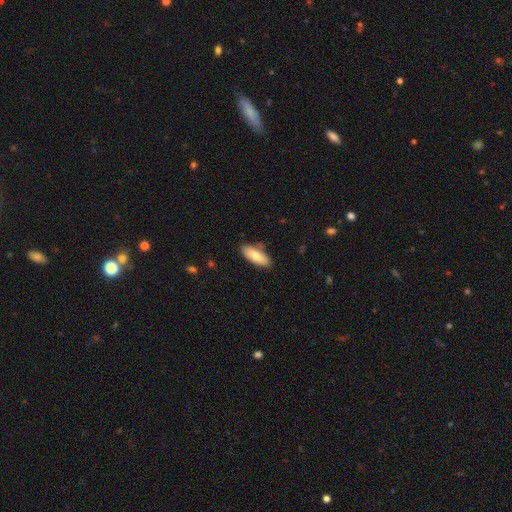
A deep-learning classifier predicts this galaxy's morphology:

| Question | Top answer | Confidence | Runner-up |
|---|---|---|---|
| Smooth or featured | smooth | 77% | featured or disk (17%) |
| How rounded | in between | 73% | cigar-shaped (25%) |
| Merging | none | 82% | minor disturbance (13%) |